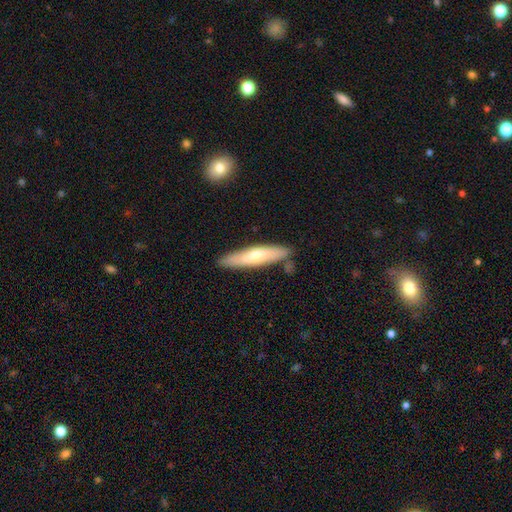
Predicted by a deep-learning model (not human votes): smooth_or_featured: smooth (p=0.62) [alt: featured or disk p=0.33]
how_rounded: cigar-shaped (p=0.81) [alt: in between p=0.18]
merging: none (p=0.82) [alt: minor disturbance p=0.12]